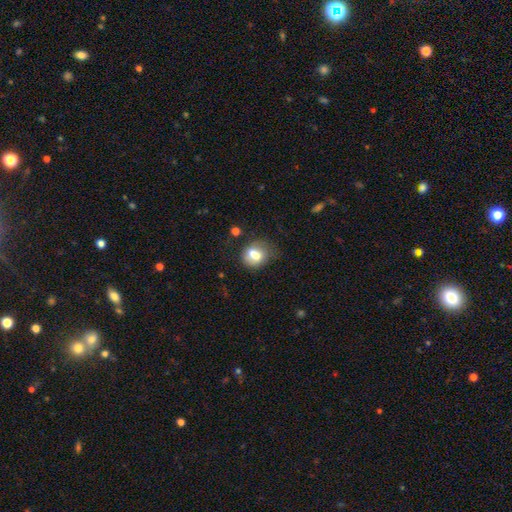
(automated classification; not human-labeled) A smooth galaxy with no disk features (70%) that is round (51%). Merging: none (50%).